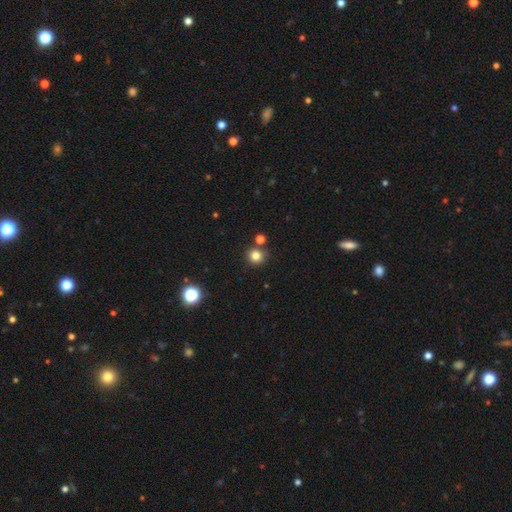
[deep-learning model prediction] smooth-or-featured: smooth: 81% | star or artifact: 14% | featured or disk: 5%
  how-rounded: round: 92% | in between: 7% | cigar-shaped: 1%
  merging: none: 81% | merger: 9% | minor disturbance: 8% | major disturbance: 2%